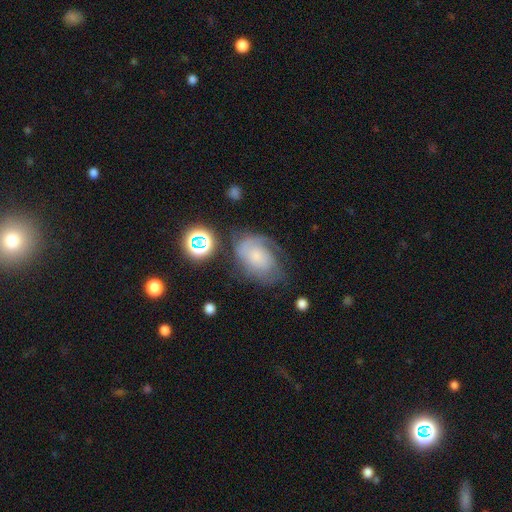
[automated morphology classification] The model was most divided on "merging": none: 50%, minor disturbance: 26%, major disturbance: 20%, merger: 4%. More confident: edge-on disk — no (96%); spiral arms — yes (84%); bar — no (77%); smooth or featured — featured or disk (57%); bulge size — small (50%).